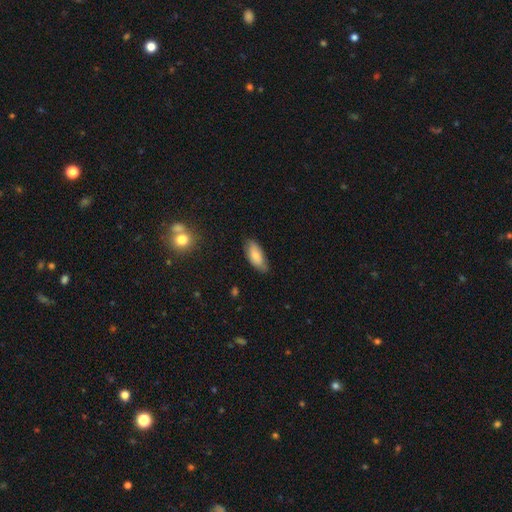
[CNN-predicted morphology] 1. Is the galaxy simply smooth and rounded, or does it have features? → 77% smooth, 17% featured or disk, 7% star or artifact.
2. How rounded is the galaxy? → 87% in between, 11% cigar-shaped, 2% round.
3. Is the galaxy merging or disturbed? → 74% none, 21% minor disturbance, 3% major disturbance, 1% merger.